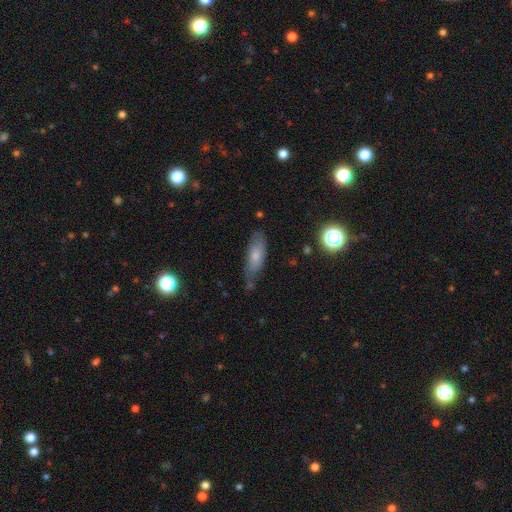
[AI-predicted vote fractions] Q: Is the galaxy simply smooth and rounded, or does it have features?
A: smooth — 70%.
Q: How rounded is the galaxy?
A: in between — 66%.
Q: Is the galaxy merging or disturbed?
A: none — 58%.